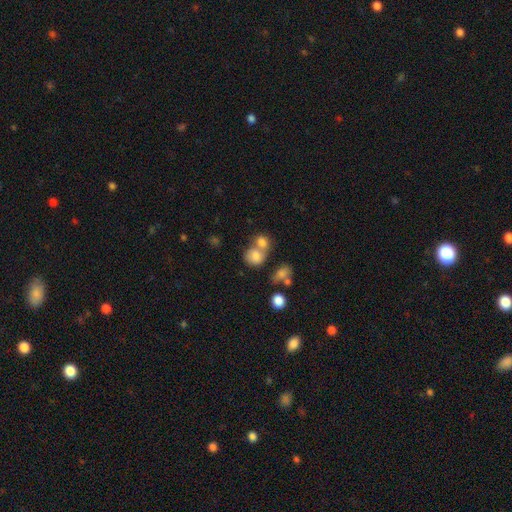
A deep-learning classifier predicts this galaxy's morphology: The model was most divided on "merging": merger: 54%, none: 32%, minor disturbance: 9%, major disturbance: 5%. More confident: smooth or featured — smooth (78%); how rounded — round (62%).